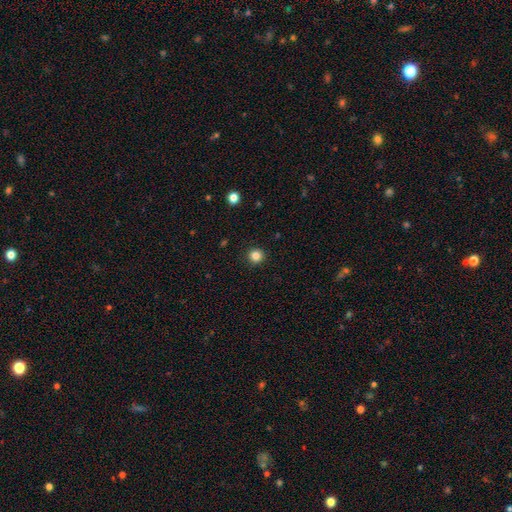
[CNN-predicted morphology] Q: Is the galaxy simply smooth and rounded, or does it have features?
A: smooth — 84%.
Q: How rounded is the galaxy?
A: round — 95%.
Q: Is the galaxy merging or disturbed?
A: none — 93%.